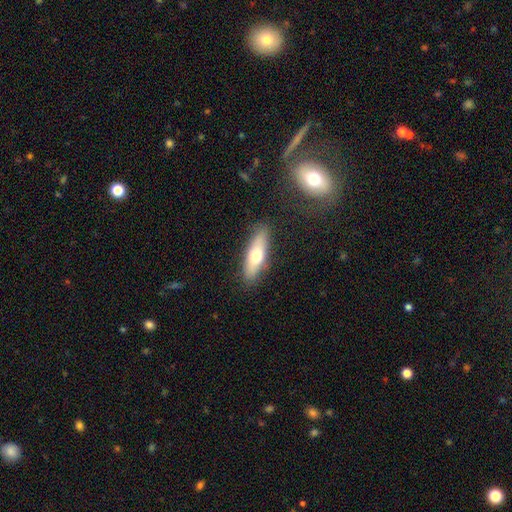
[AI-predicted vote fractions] Smooth or featured? Predicted: smooth (p=0.63). How rounded? Predicted: in between (p=0.51). Merging? Predicted: none (p=0.85).